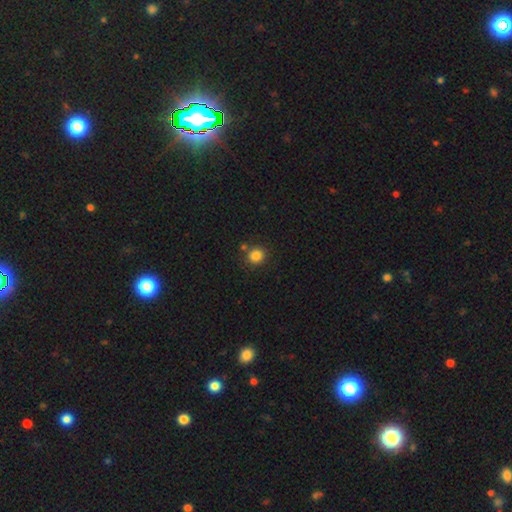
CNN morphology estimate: type=smooth (84%); roundness=round (88%); merging=none (79%).